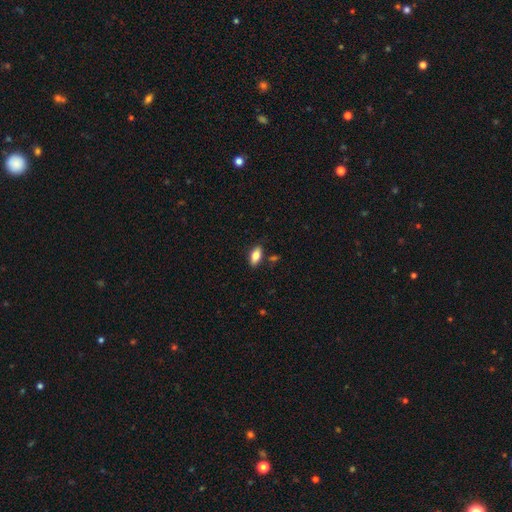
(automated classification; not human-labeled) A smooth galaxy with no disk features (79%) that is in between round and cigar-shaped (88%).

Vote fractions:
- Smooth or featured? smooth: 79% / featured or disk: 14% / star or artifact: 7%
- How rounded? in between: 88% / cigar-shaped: 10% / round: 3%
- Merging? none: 83% / minor disturbance: 11% / merger: 3% / major disturbance: 2%